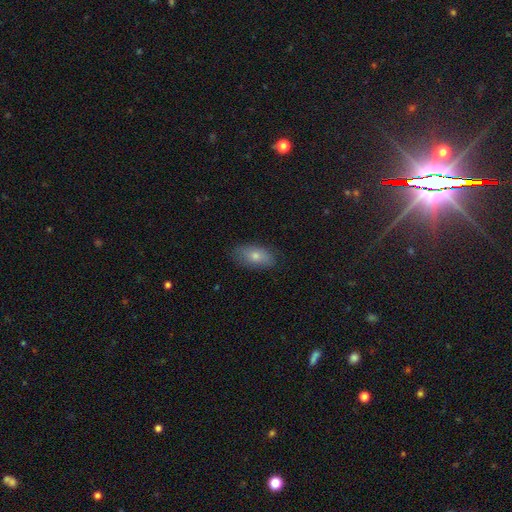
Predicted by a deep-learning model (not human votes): smooth_or_featured: smooth (p=0.69) [alt: featured or disk p=0.20]
how_rounded: in between (p=0.86) [alt: cigar-shaped p=0.09]
merging: none (p=0.83) [alt: minor disturbance p=0.13]